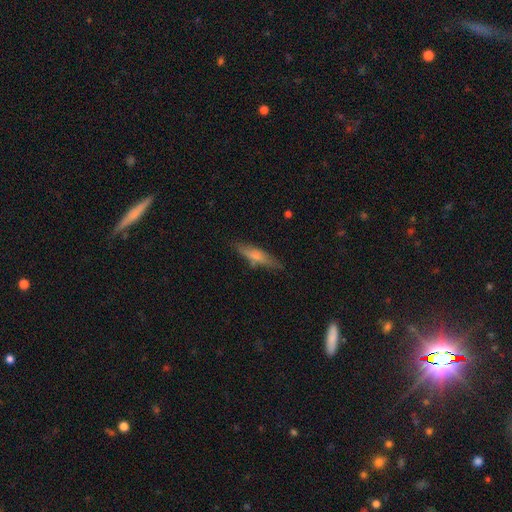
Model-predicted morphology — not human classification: smooth_or_featured: smooth (p=0.63) [alt: featured or disk p=0.30]
how_rounded: cigar-shaped (p=0.75) [alt: in between p=0.23]
merging: none (p=0.74) [alt: minor disturbance p=0.18]